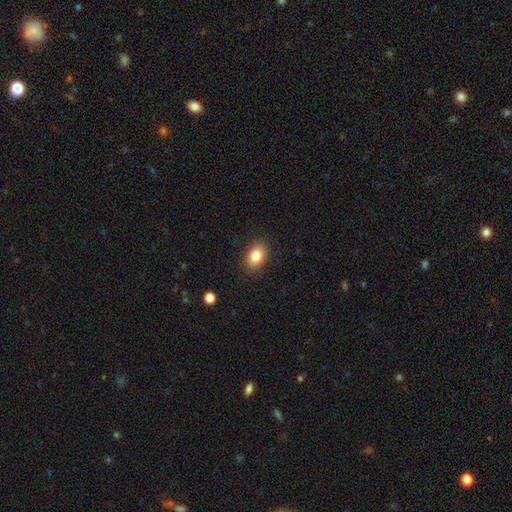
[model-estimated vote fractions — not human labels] smooth 84%, star or artifact 9%, featured or disk 7%. Down the decision tree: how rounded — in between (82%); merging — none (88%).